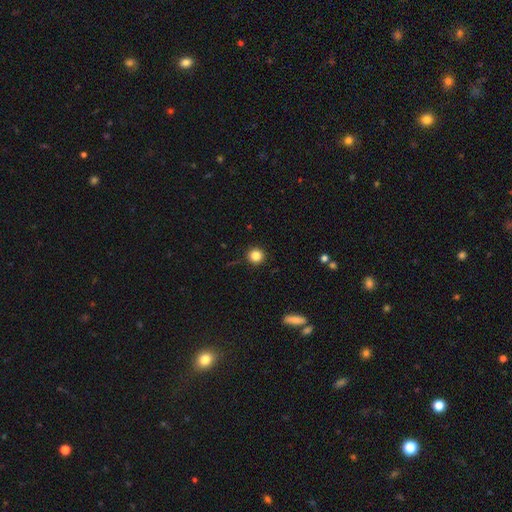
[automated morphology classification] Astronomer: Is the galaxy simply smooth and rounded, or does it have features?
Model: smooth — 84%.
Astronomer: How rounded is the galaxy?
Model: round — 95%.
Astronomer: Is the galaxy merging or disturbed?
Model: none — 90%.